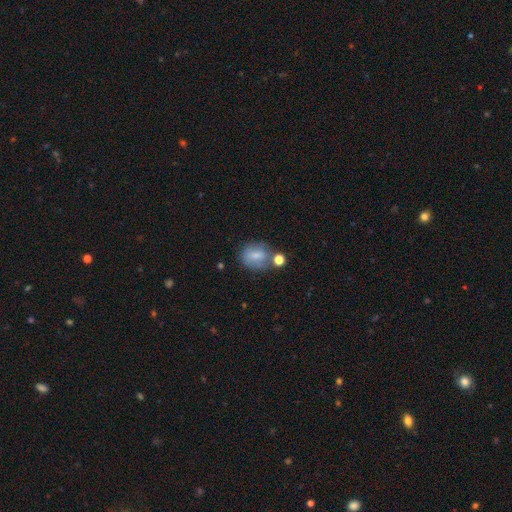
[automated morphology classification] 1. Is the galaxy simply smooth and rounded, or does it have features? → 69% smooth, 21% featured or disk, 10% star or artifact.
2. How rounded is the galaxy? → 50% in between, 48% round, 2% cigar-shaped.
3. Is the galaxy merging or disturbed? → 50% none, 21% minor disturbance, 19% merger, 10% major disturbance.